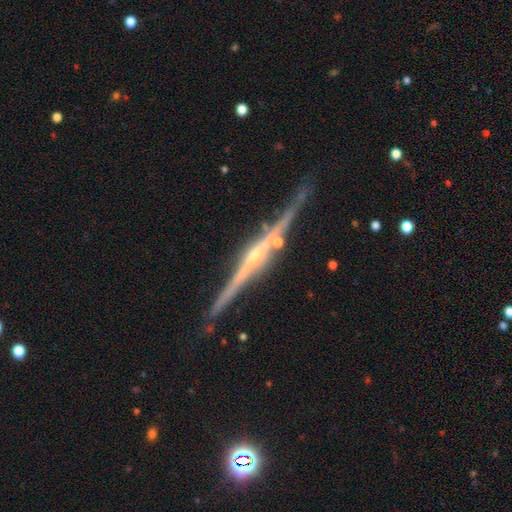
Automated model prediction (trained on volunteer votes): Smooth or featured?
  - featured or disk: 88% *
  - smooth: 6%
  - star or artifact: 6%
Edge-on disk?
  - yes: 98% *
  - no: 2%
Edge-on bulge?
  - rounded: 66% *
  - none: 20%
  - boxy: 15%
Merging?
  - none: 83% *
  - minor disturbance: 11%
  - merger: 4%
  - major disturbance: 3%